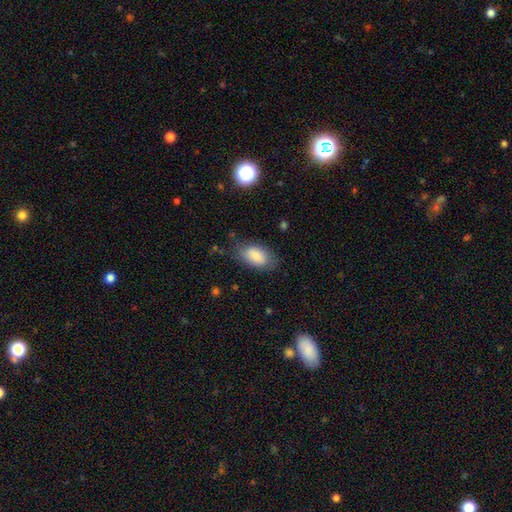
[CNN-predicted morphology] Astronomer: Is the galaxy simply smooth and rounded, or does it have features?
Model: smooth — 84%.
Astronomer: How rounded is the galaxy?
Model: in between — 92%.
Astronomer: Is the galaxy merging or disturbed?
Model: none — 72%.